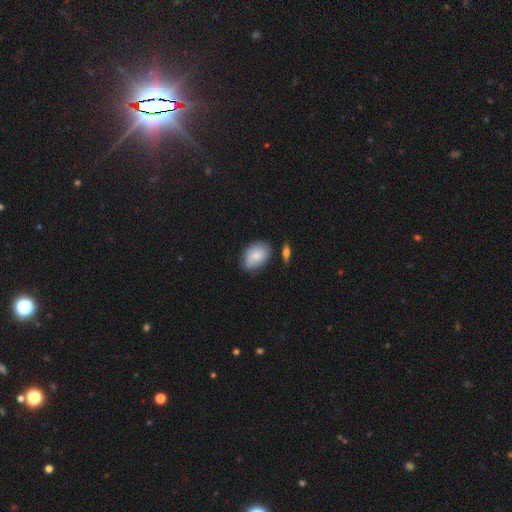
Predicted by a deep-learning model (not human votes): This is likely a smooth galaxy (77%). How rounded: clearly in between (84%). Merging: likely none (66%).